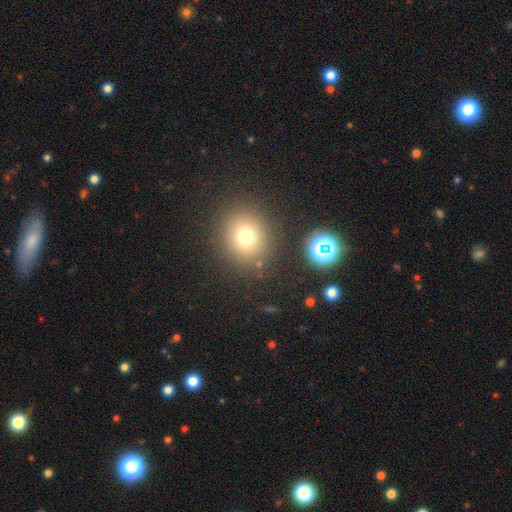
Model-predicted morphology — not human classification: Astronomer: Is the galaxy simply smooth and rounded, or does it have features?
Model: smooth — 60%.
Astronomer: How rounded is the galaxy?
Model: round — 85%.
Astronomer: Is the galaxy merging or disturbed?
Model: none — 88%.